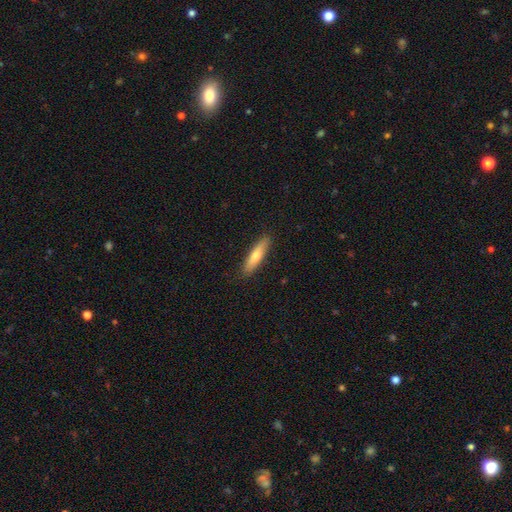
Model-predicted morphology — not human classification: Smooth or featured: smooth — 65% (featured or disk — 29%)
How rounded: cigar-shaped — 78% (in between — 21%)
Merging: none — 89% (minor disturbance — 8%)